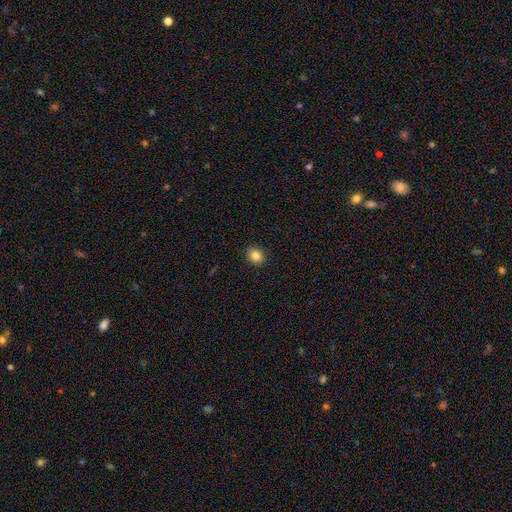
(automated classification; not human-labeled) smooth 84%, star or artifact 11%, featured or disk 6%. Down the decision tree: how rounded — round (75%); merging — none (91%).